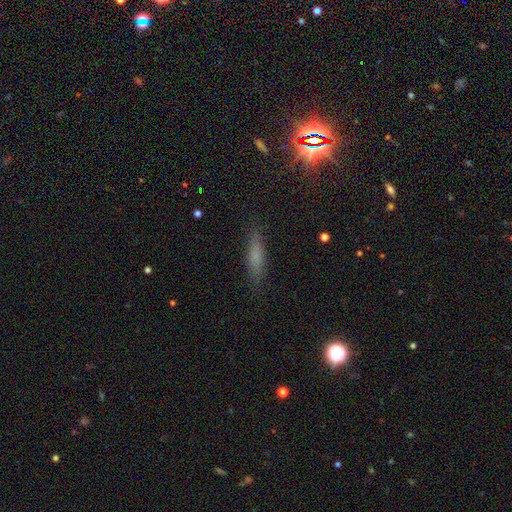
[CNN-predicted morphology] The model was most divided on "smooth or featured": smooth: 65%, featured or disk: 18%, star or artifact: 17%. More confident: merging — none (83%); how rounded — cigar-shaped (72%).